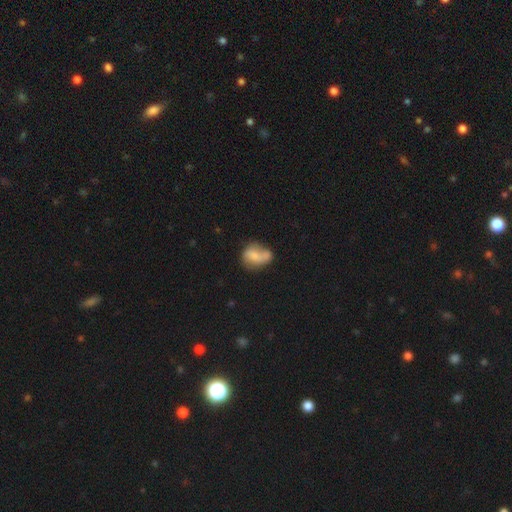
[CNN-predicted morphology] This is possibly a smooth galaxy (58%). How rounded: likely in between (69%). Merging: marginally none (32%).